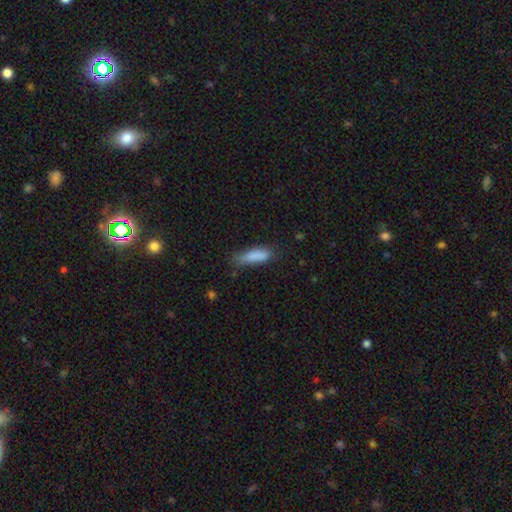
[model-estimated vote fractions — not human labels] A smooth galaxy with no disk features (85%) that is cigar-shaped (59%). Merging: none (62%).